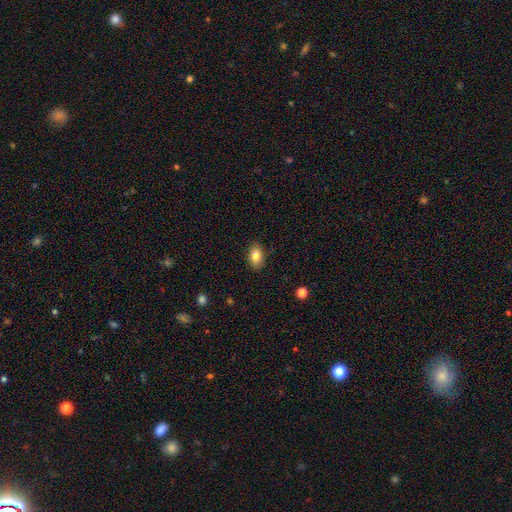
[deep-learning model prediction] Morphology: type=smooth (83%); roundness=in between (87%); merging=none (87%).